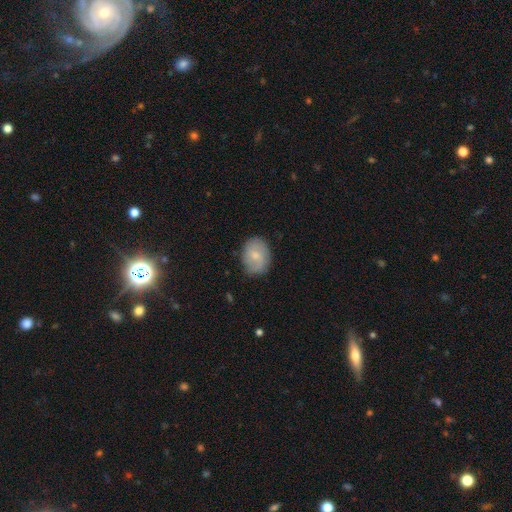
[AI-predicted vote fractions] This is likely a smooth galaxy (63%). How rounded: possibly in between (56%). Merging: likely none (76%).